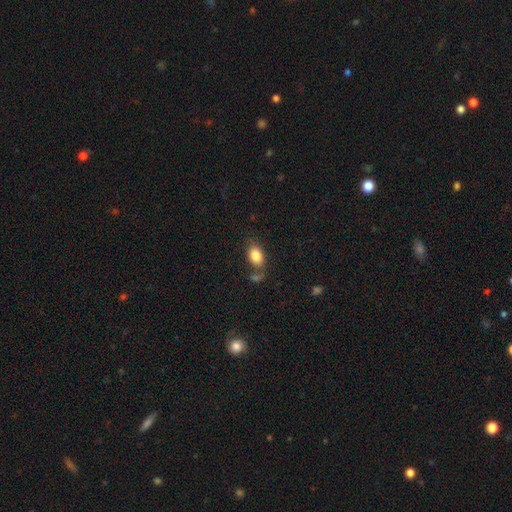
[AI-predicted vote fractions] Q: Smooth or featured?
A: smooth (84%); runner-up: featured or disk (8%)
Q: How rounded?
A: in between (83%); runner-up: round (15%)
Q: Merging?
A: none (62%); runner-up: merger (16%)